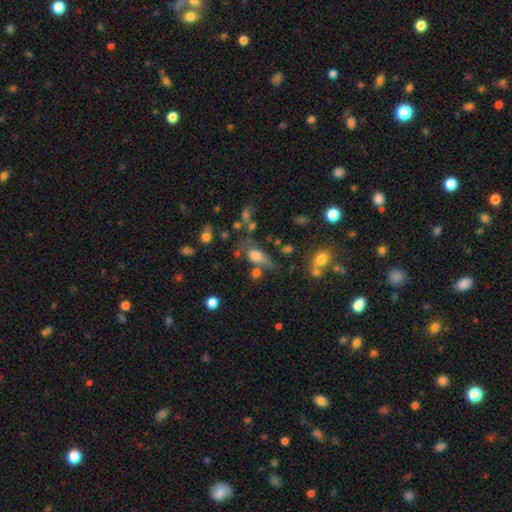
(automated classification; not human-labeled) Morphology: type=smooth (67%); roundness=in between (75%); merging=none (37%).